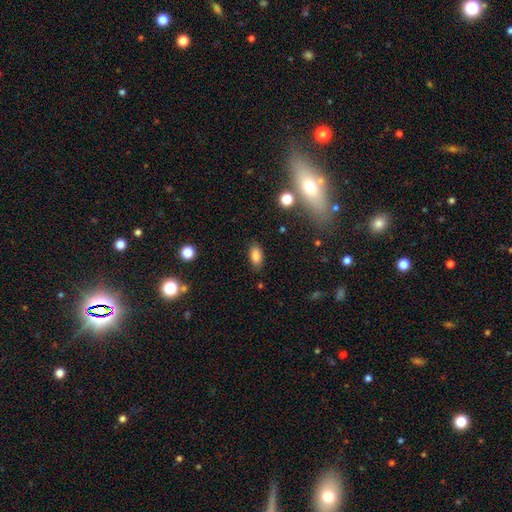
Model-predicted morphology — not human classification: The model was most divided on "smooth or featured": smooth: 83%, star or artifact: 10%, featured or disk: 7%. More confident: how rounded — in between (90%); merging — none (85%).